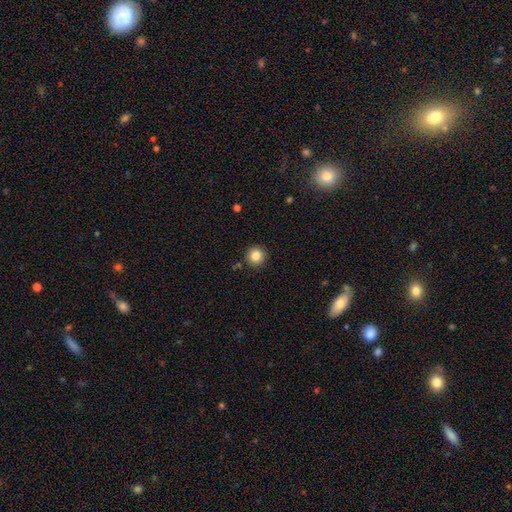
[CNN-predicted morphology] Smooth or featured? Predicted: smooth (p=0.84). How rounded? Predicted: round (p=0.96). Merging? Predicted: none (p=0.91).